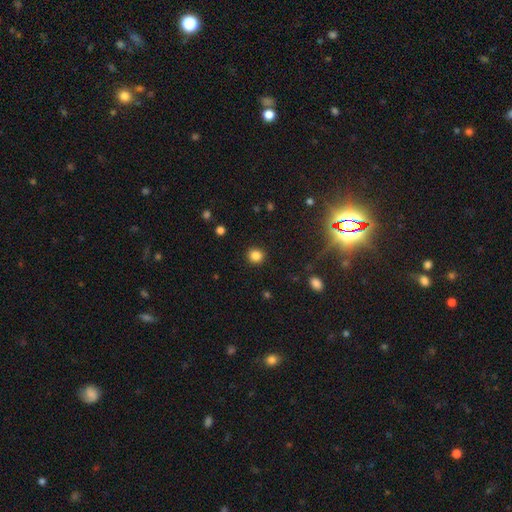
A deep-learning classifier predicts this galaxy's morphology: A smooth galaxy with no disk features (84%) that is round (89%). Merging: none (91%).